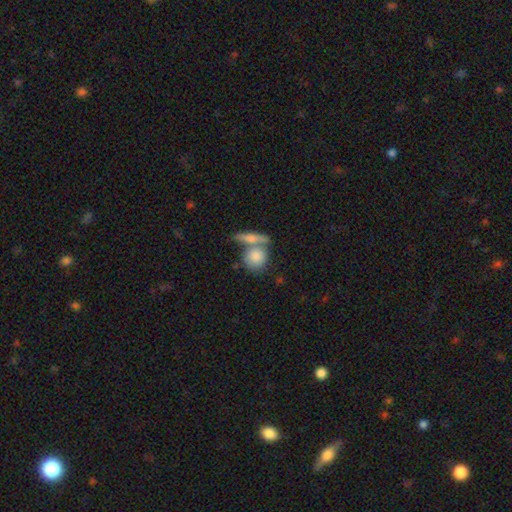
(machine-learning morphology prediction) This is likely a smooth galaxy (78%). How rounded: likely round (70%). Merging: possibly none (49%).